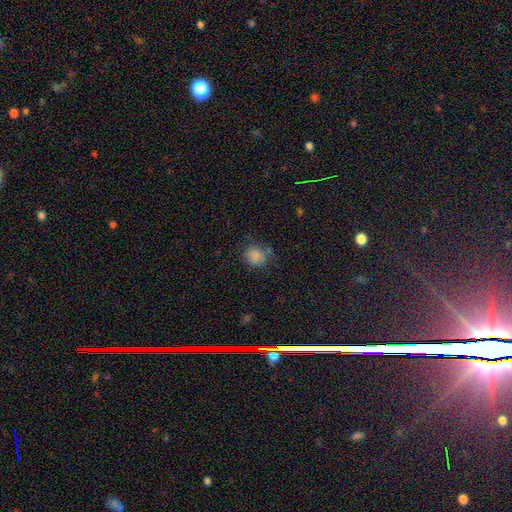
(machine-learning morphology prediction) smooth 83%, star or artifact 12%, featured or disk 5%. Down the decision tree: how rounded — round (80%); merging — none (72%).